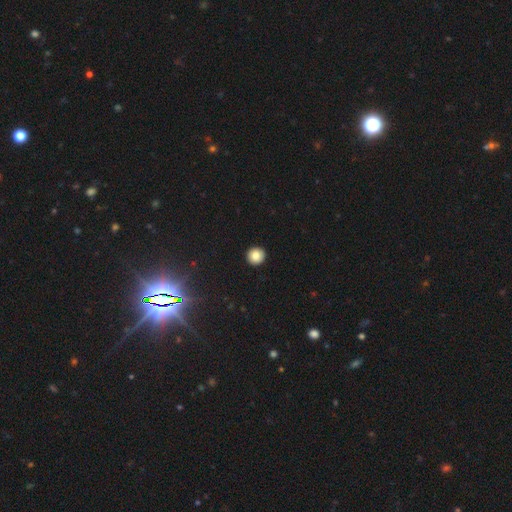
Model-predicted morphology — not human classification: Smooth or featured? Predicted: smooth (p=0.85). How rounded? Predicted: round (p=0.93). Merging? Predicted: none (p=0.93).